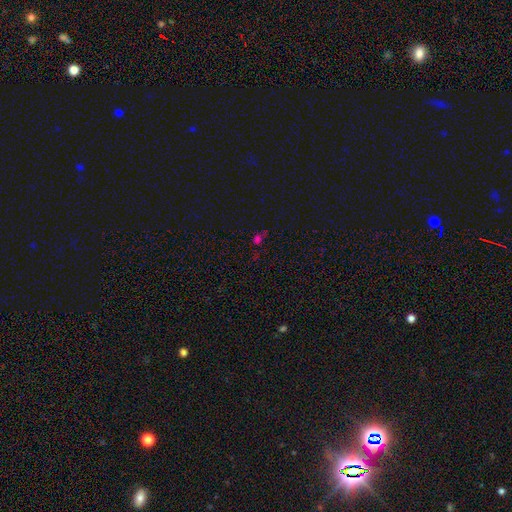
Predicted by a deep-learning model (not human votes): Smooth or featured?
  - star or artifact: 50% *
  - smooth: 41%
  - featured or disk: 9%